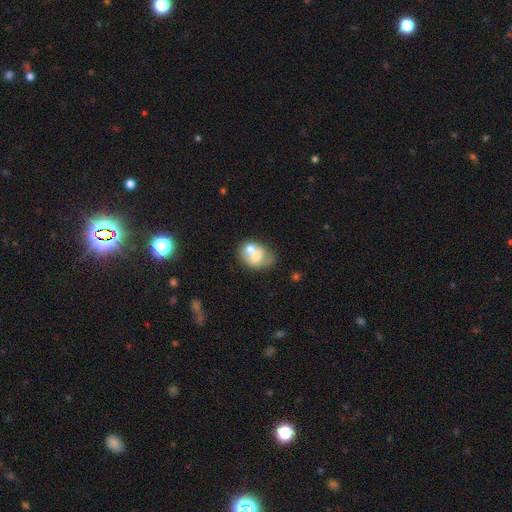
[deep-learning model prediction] Smooth or featured? Predicted: smooth (p=0.60). How rounded? Predicted: in between (p=0.52). Merging? Predicted: merger (p=0.49).